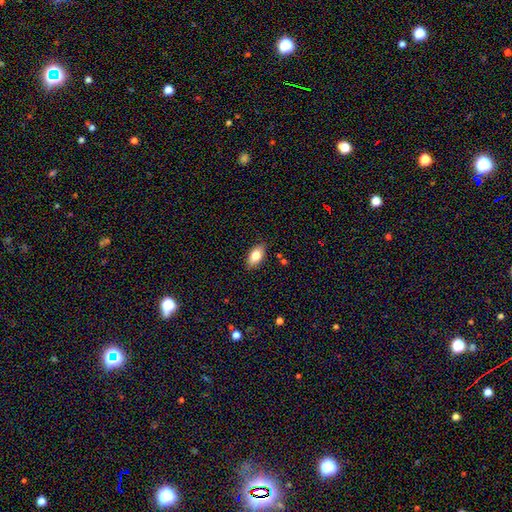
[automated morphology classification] This is likely a smooth galaxy (80%). How rounded: clearly in between (91%). Merging: clearly none (87%).